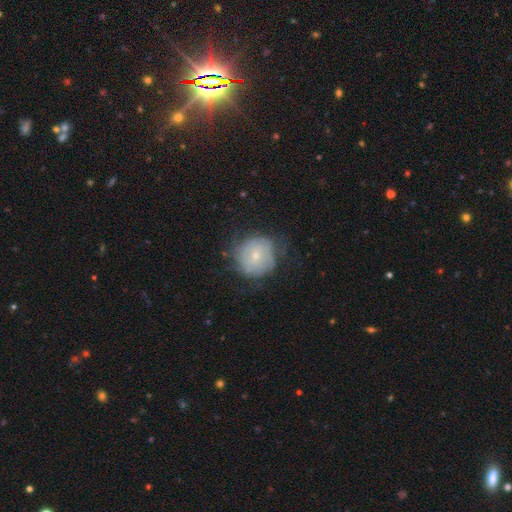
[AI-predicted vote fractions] Smooth or featured: featured or disk — 51% (smooth — 41%)
Edge-on disk: no — 97% (yes — 3%)
Merging: none — 61% (minor disturbance — 25%)